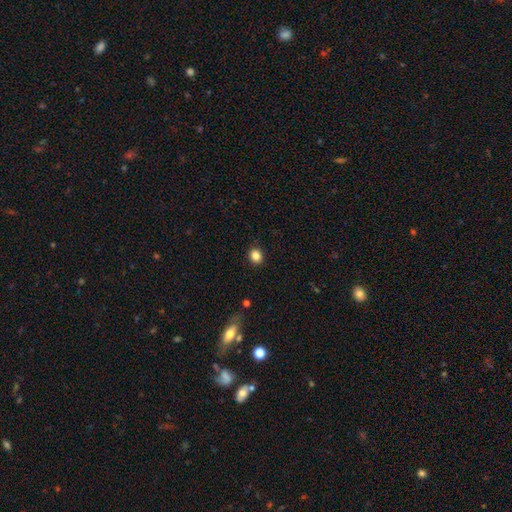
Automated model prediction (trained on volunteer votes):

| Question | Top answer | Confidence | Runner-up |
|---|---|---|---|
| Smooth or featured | smooth | 85% | star or artifact (11%) |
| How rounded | round | 75% | in between (24%) |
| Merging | none | 91% | minor disturbance (6%) |